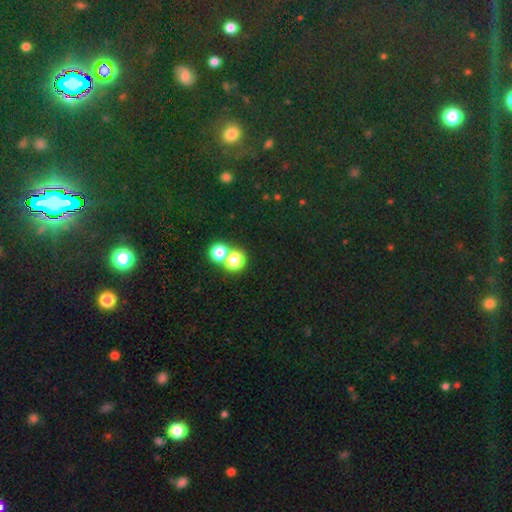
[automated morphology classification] This is likely a star or artifact rather than a galaxy (70%).